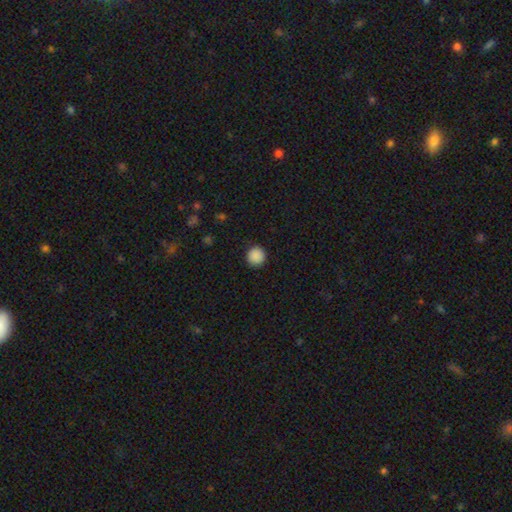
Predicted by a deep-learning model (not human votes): Smooth or featured? Predicted: smooth (p=0.89). How rounded? Predicted: round (p=0.95). Merging? Predicted: none (p=0.92).